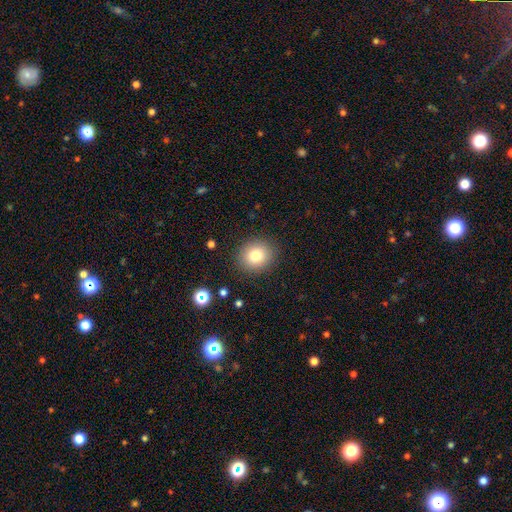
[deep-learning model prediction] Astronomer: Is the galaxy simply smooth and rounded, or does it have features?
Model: smooth — 79%.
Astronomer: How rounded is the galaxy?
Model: round — 80%.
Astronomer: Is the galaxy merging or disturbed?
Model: none — 89%.